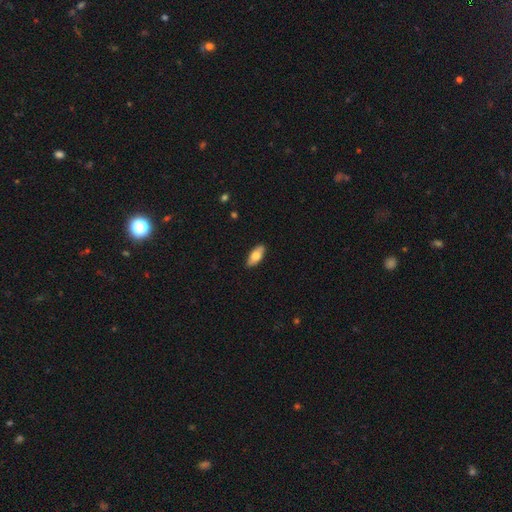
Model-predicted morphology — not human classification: This appears to be a smooth galaxy with no disk features (71%) that is in between round and cigar-shaped (85%). Merging: none (88%).